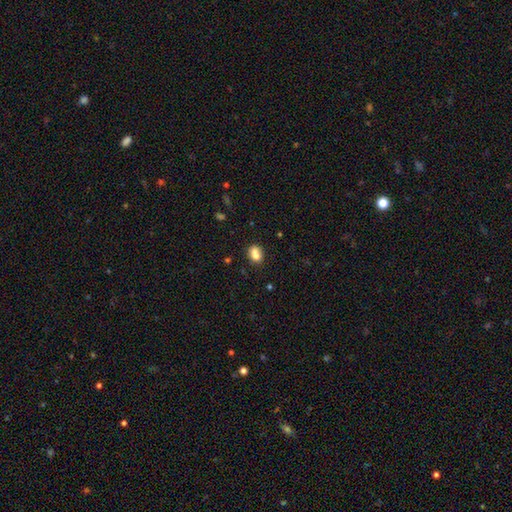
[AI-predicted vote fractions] smooth 75%, featured or disk 14%, star or artifact 11%. Down the decision tree: how rounded — in between (55%); merging — none (43%).